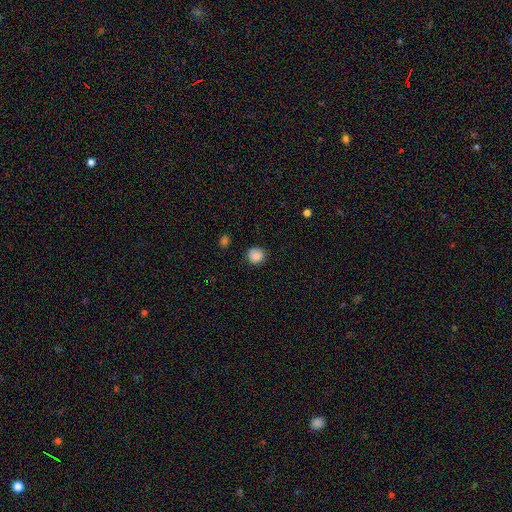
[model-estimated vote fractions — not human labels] Smooth or featured: smooth — 86% (star or artifact — 10%)
How rounded: round — 91% (in between — 8%)
Merging: none — 85% (minor disturbance — 10%)